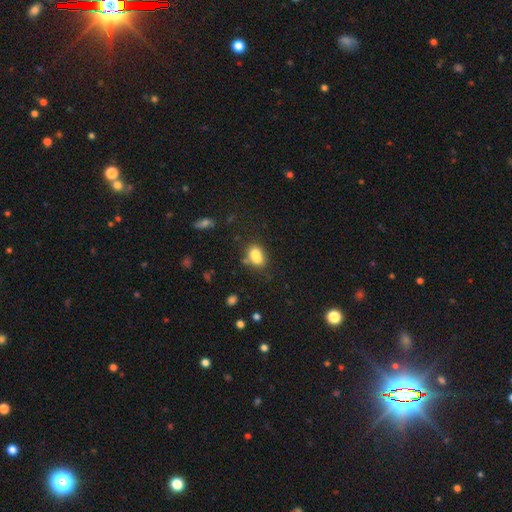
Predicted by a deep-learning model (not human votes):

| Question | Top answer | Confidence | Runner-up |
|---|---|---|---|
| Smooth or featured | smooth | 75% | featured or disk (14%) |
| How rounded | in between | 72% | round (26%) |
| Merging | none | 40% | merger (37%) |